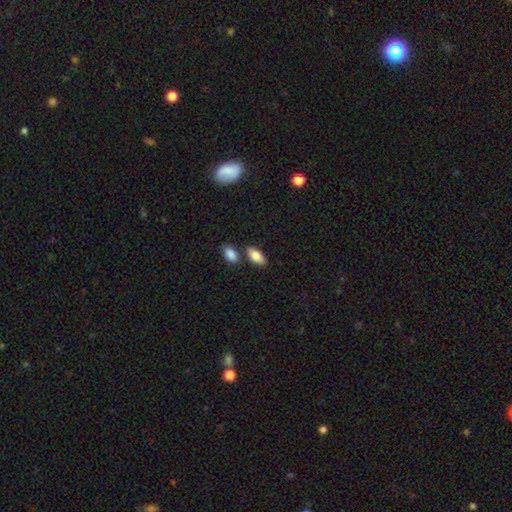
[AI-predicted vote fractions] Smooth or featured? smooth (83%)
How rounded? in between (89%)
Merging? none (73%)